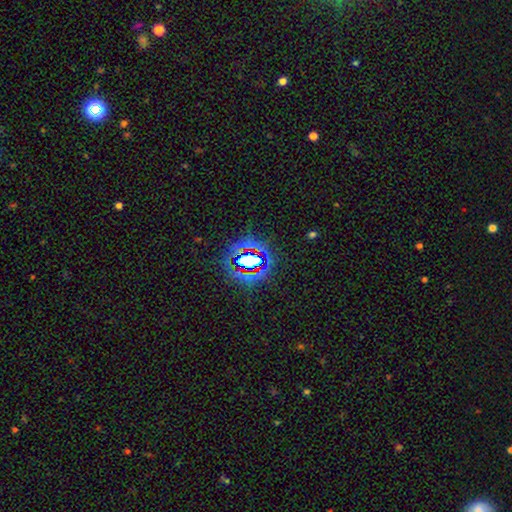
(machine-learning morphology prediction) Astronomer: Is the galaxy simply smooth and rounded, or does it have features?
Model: star or artifact — 76%.